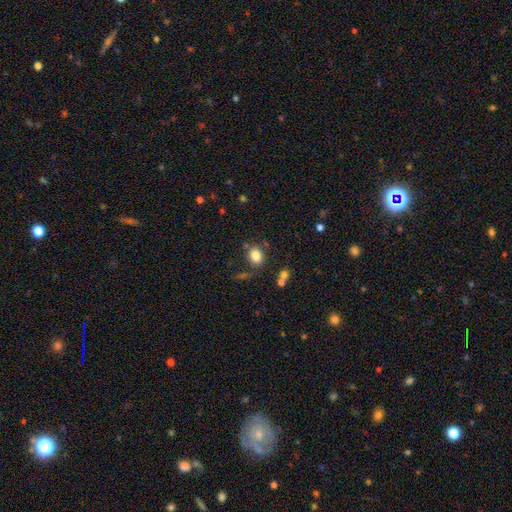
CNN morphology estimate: A smooth galaxy with no disk features (82%) that is round (55%).

Vote fractions:
- Smooth or featured? smooth: 82% / star or artifact: 11% / featured or disk: 7%
- How rounded? round: 55% / in between: 44% / cigar-shaped: 1%
- Merging? none: 76% / minor disturbance: 12% / merger: 7% / major disturbance: 5%